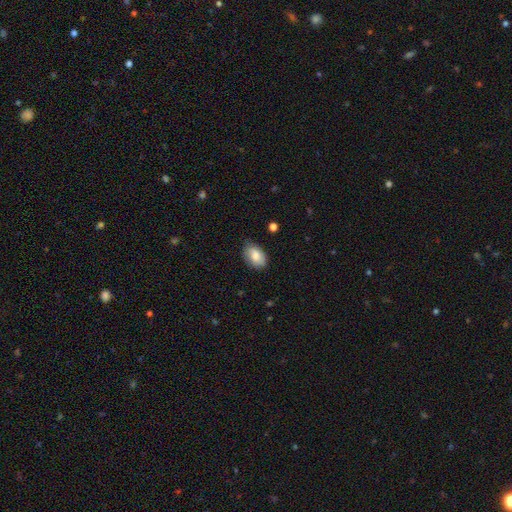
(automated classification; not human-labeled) smooth 82%, featured or disk 12%, star or artifact 6%. Down the decision tree: how rounded — in between (91%); merging — none (79%).